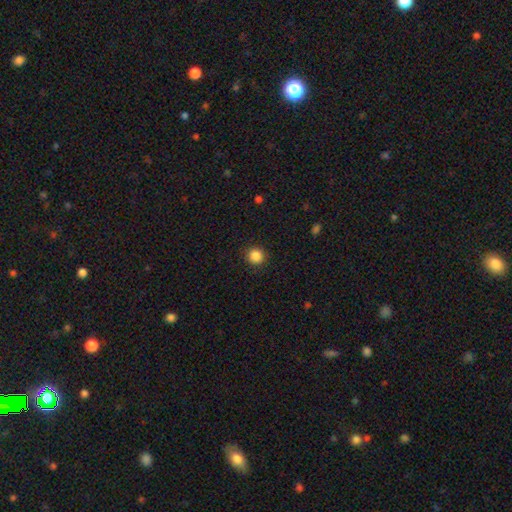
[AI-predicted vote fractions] smooth 87%, star or artifact 11%, featured or disk 3%. Down the decision tree: how rounded — round (94%); merging — none (91%).